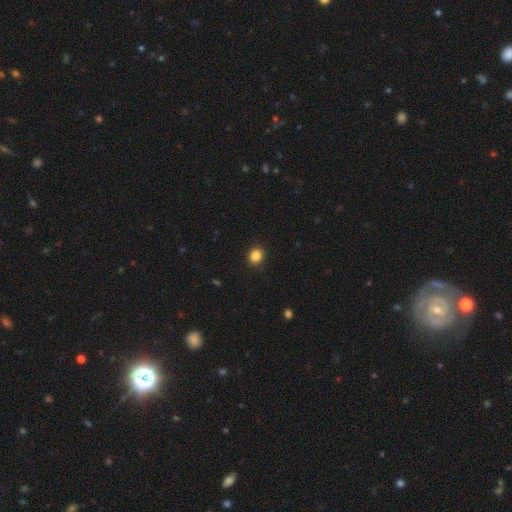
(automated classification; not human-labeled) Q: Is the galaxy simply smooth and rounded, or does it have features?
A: smooth — 86%.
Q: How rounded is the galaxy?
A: round — 69%.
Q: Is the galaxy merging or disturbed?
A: none — 90%.